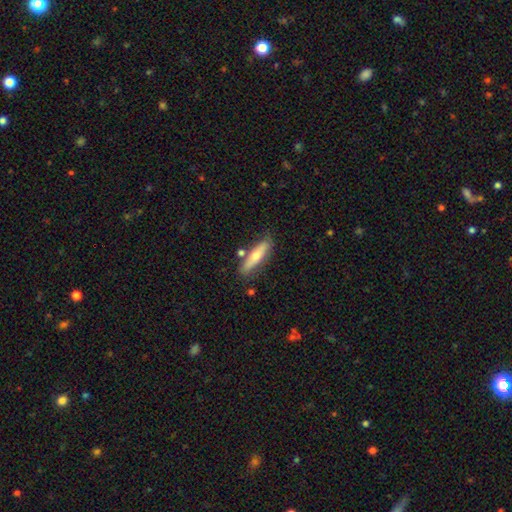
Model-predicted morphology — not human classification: Smooth or featured?
  - smooth: 54% *
  - featured or disk: 40%
  - star or artifact: 6%
How rounded?
  - cigar-shaped: 76% *
  - in between: 23%
  - round: 2%
Merging?
  - none: 77% *
  - minor disturbance: 13%
  - merger: 7%
  - major disturbance: 3%